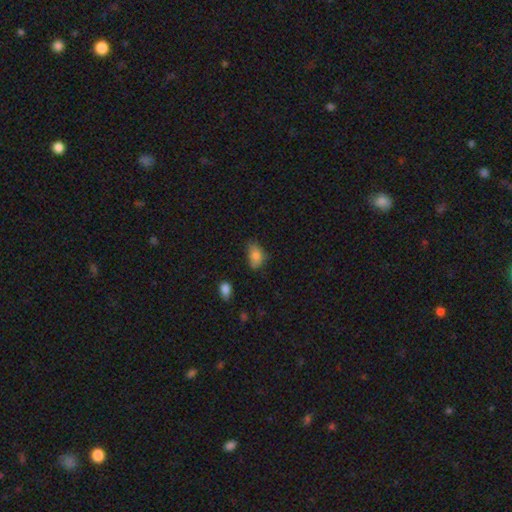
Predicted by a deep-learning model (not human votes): Smooth or featured?
  - smooth: 82% *
  - star or artifact: 9%
  - featured or disk: 9%
How rounded?
  - in between: 84% *
  - round: 14%
  - cigar-shaped: 2%
Merging?
  - none: 54% *
  - minor disturbance: 35%
  - major disturbance: 8%
  - merger: 3%